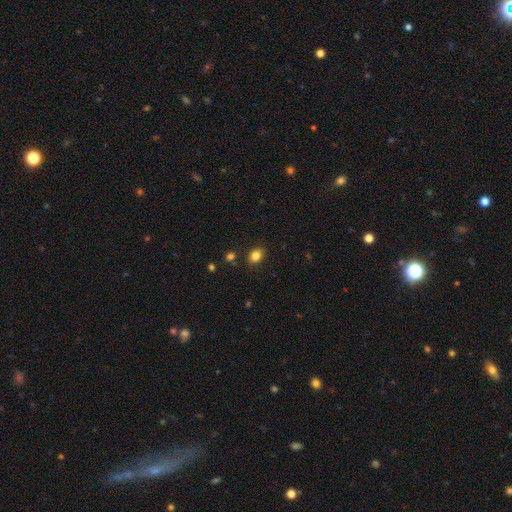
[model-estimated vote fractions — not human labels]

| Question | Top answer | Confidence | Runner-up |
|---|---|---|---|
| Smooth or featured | smooth | 83% | star or artifact (12%) |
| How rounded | in between | 53% | round (46%) |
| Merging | none | 86% | minor disturbance (9%) |